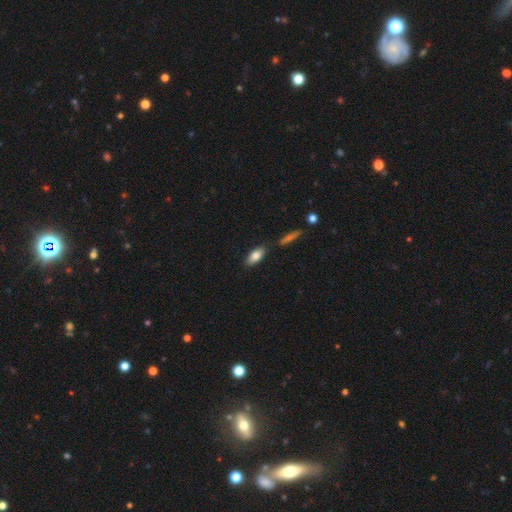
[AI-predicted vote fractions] The model was most divided on "smooth or featured": smooth: 78%, featured or disk: 15%, star or artifact: 7%. More confident: how rounded — in between (81%); merging — none (80%).